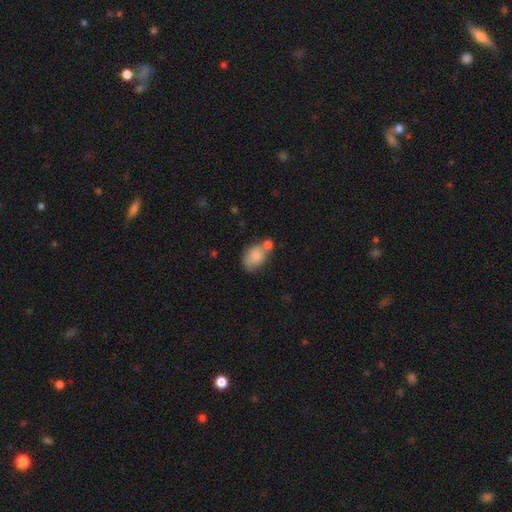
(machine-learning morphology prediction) This appears to be a smooth galaxy with no disk features (76%) that is in between round and cigar-shaped (80%). Merging: none (42%).